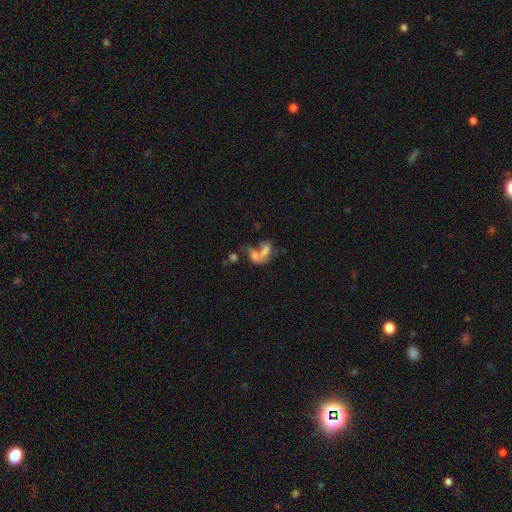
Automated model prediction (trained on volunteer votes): This is possibly a smooth galaxy (52%). How rounded: clearly in between (81%). Merging: likely merger (65%).